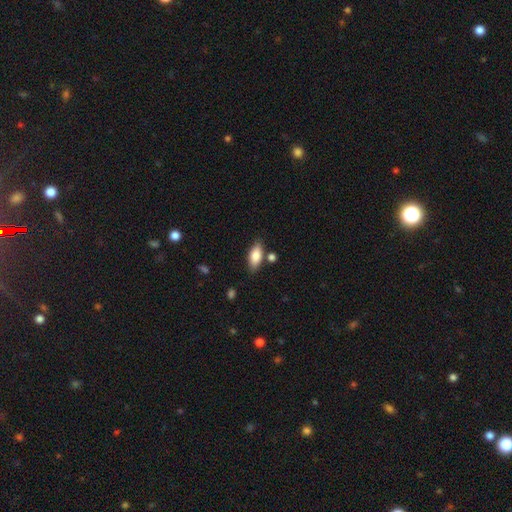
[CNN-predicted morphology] This is clearly a smooth galaxy (82%). How rounded: clearly in between (86%). Merging: likely none (78%).